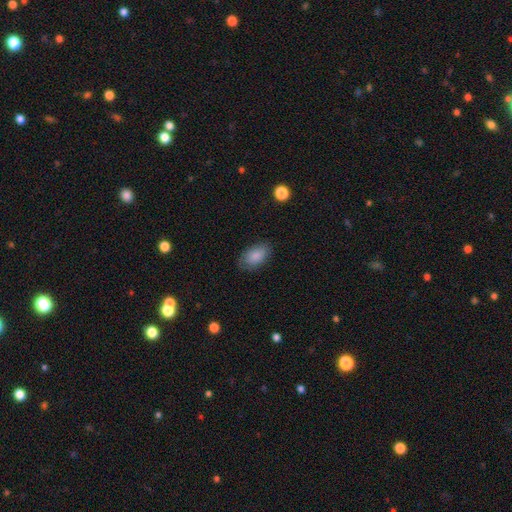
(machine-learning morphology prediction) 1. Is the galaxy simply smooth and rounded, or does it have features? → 86% smooth, 7% featured or disk, 7% star or artifact.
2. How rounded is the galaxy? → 93% in between, 6% round, 2% cigar-shaped.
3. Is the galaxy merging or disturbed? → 80% none, 15% minor disturbance, 4% major disturbance, 1% merger.